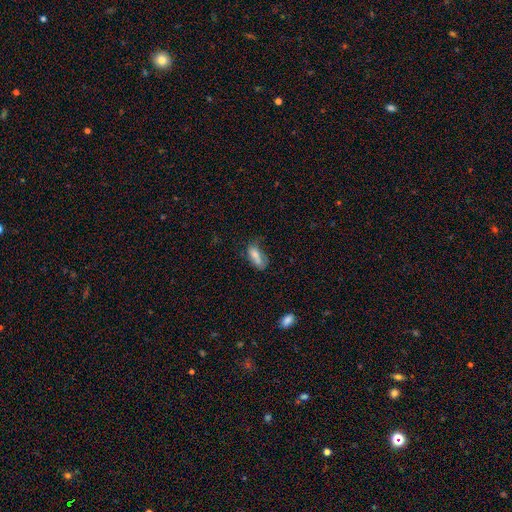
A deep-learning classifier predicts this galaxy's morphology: Q: Smooth or featured?
A: smooth (73%); runner-up: featured or disk (18%)
Q: How rounded?
A: in between (77%); runner-up: cigar-shaped (20%)
Q: Merging?
A: none (40%); runner-up: minor disturbance (31%)